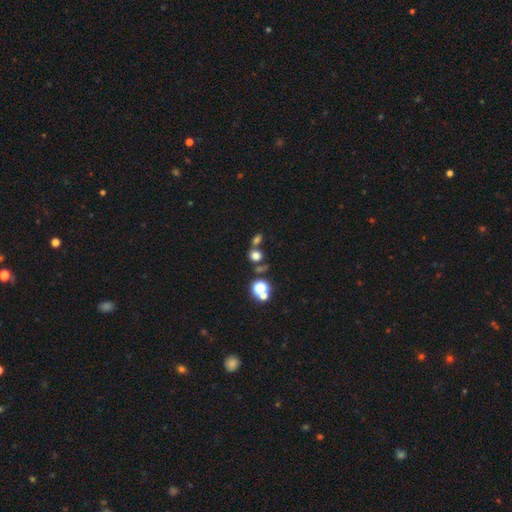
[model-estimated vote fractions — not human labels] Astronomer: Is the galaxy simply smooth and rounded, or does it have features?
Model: smooth — 68%.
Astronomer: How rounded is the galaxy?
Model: round — 70%.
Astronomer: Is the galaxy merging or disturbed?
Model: none — 55% (runner-up: merger, 30%).